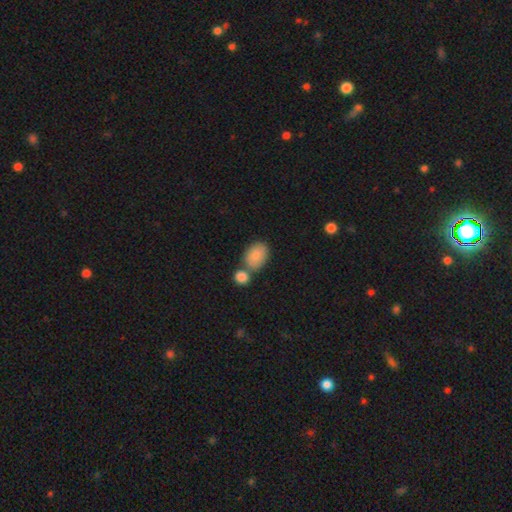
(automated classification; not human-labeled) This appears to be a smooth galaxy with no disk features (87%) that is in between round and cigar-shaped (82%). Merging: none (49%).